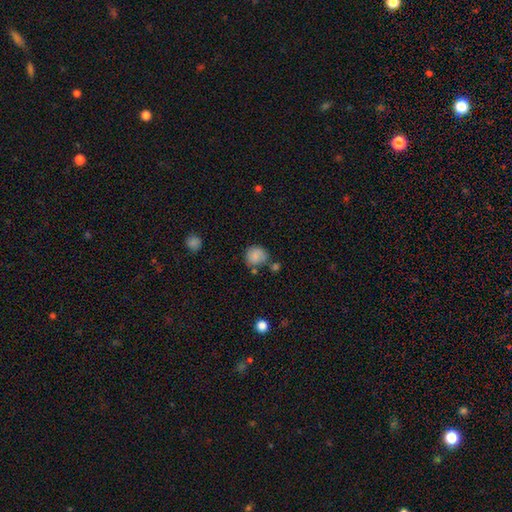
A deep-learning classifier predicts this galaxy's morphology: smooth-or-featured: smooth: 83% | star or artifact: 9% | featured or disk: 8%
  how-rounded: round: 83% | in between: 16% | cigar-shaped: 1%
  merging: none: 66% | minor disturbance: 18% | merger: 11% | major disturbance: 5%